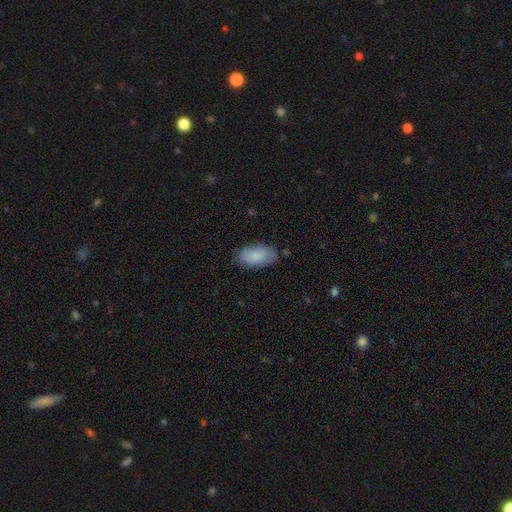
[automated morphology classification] Overall: smooth (82%). How rounded: in between (94%). Merging: none (81%).